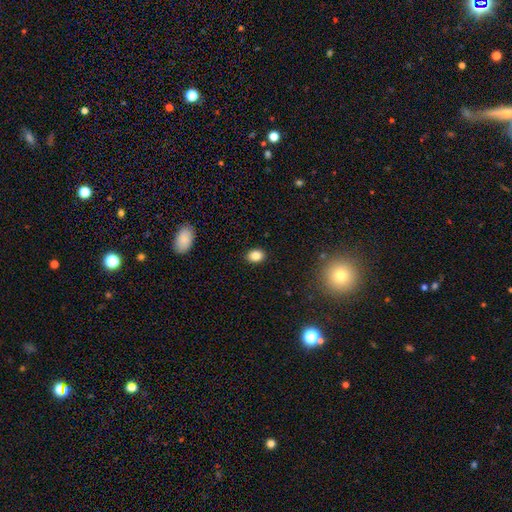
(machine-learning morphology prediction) type=smooth (85%); roundness=in between (65%); merging=none (89%).